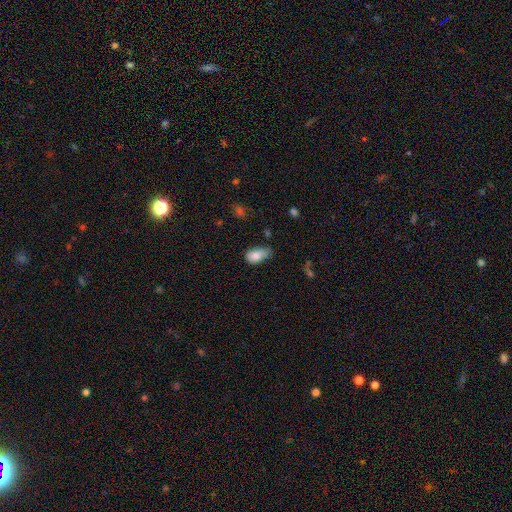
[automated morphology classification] A smooth galaxy with no disk features (78%) that is in between round and cigar-shaped (91%).

Vote fractions:
- Smooth or featured? smooth: 78% / featured or disk: 14% / star or artifact: 8%
- How rounded? in between: 91% / round: 6% / cigar-shaped: 3%
- Merging? minor disturbance: 44% / none: 42% / major disturbance: 12% / merger: 3%